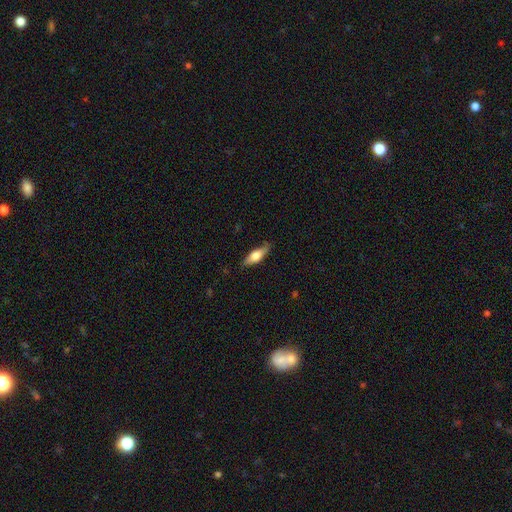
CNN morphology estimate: A smooth galaxy with no disk features (59%) that is in between round and cigar-shaped (54%).

Vote fractions:
- Smooth or featured? smooth: 59% / featured or disk: 35% / star or artifact: 6%
- How rounded? in between: 54% / cigar-shaped: 44% / round: 3%
- Merging? none: 78% / minor disturbance: 18% / major disturbance: 3% / merger: 1%